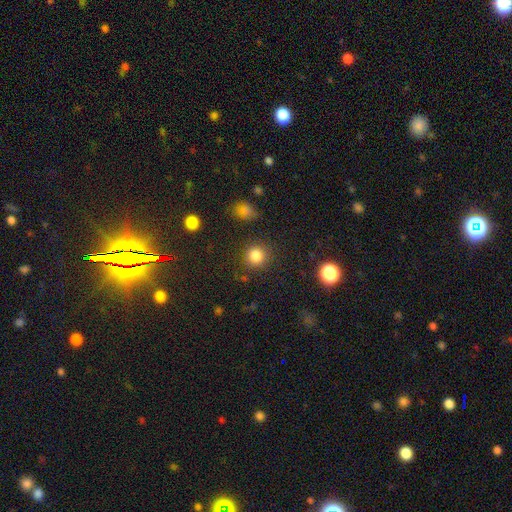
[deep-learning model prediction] This is clearly a smooth galaxy (83%). How rounded: clearly round (90%). Merging: clearly none (87%).